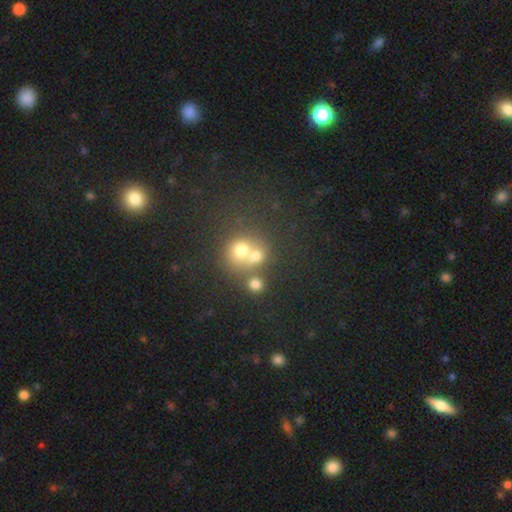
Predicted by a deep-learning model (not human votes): smooth_or_featured: smooth (p=0.66) [alt: star or artifact p=0.19]
how_rounded: round (p=0.78) [alt: in between p=0.21]
merging: merger (p=0.51) [alt: none p=0.36]